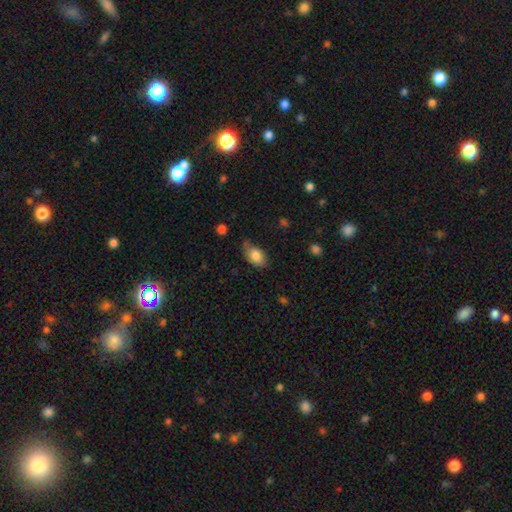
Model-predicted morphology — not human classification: Q: Smooth or featured?
A: smooth (82%); runner-up: featured or disk (10%)
Q: How rounded?
A: in between (91%); runner-up: round (7%)
Q: Merging?
A: none (55%); runner-up: minor disturbance (34%)